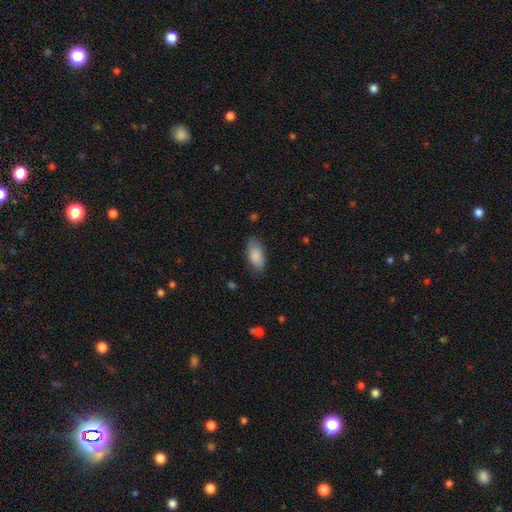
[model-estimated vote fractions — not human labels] Smooth or featured? smooth (86%)
How rounded? in between (91%)
Merging? none (78%)